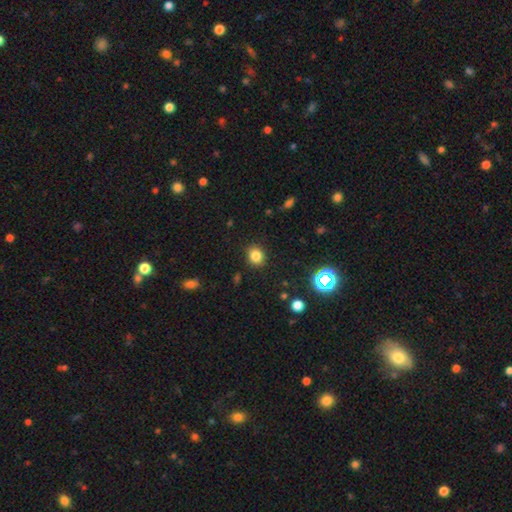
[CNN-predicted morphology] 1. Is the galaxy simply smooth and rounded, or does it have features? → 82% smooth, 12% star or artifact, 5% featured or disk.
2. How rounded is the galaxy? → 64% round, 35% in between, 1% cigar-shaped.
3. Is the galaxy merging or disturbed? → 89% none, 7% minor disturbance, 2% major disturbance, 1% merger.